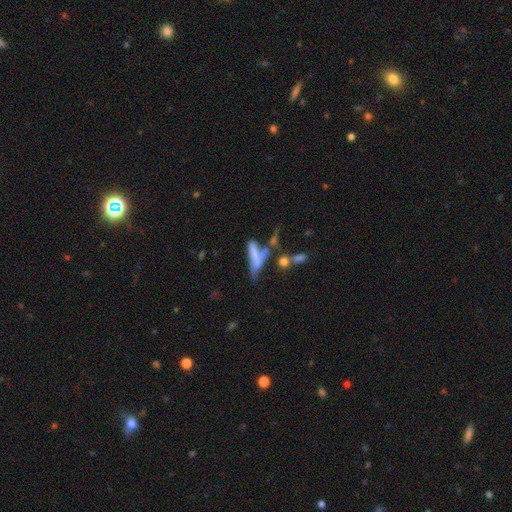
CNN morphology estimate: Smooth or featured: smooth — 55% (featured or disk — 33%)
How rounded: cigar-shaped — 60% (in between — 36%)
Merging: merger — 34% (major disturbance — 26%)